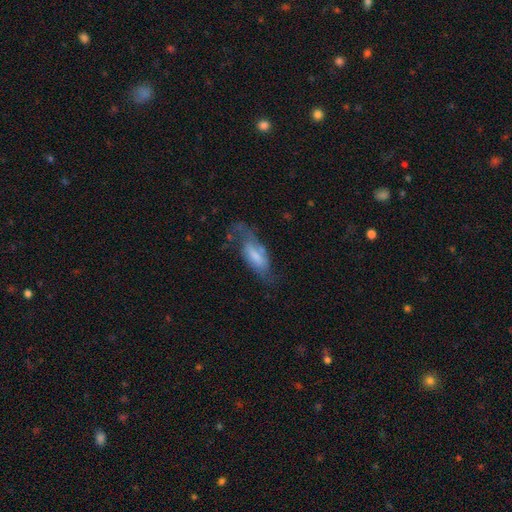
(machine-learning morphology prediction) Smooth or featured?
  - featured or disk: 53% *
  - smooth: 39%
  - star or artifact: 8%
Edge-on disk?
  - no: 84% *
  - yes: 16%
Merging?
  - none: 41% *
  - major disturbance: 29%
  - minor disturbance: 26%
  - merger: 4%